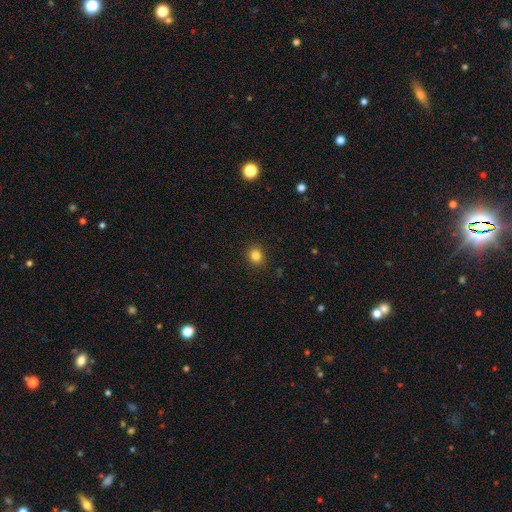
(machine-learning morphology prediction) This is clearly a smooth galaxy (83%). How rounded: likely round (78%). Merging: clearly none (91%).